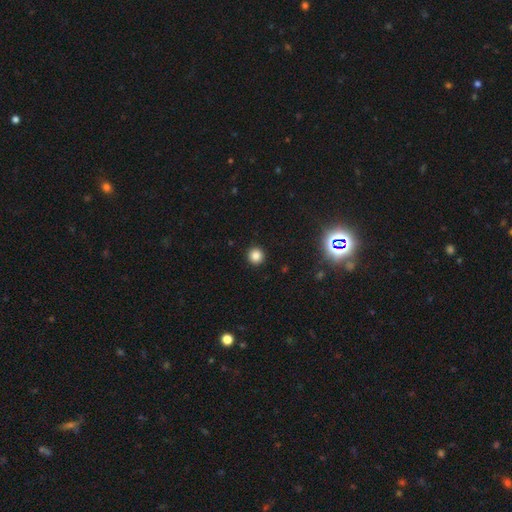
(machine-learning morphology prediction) smooth_or_featured: smooth (p=0.83) [alt: star or artifact p=0.13]
how_rounded: round (p=0.95) [alt: in between p=0.04]
merging: none (p=0.93) [alt: minor disturbance p=0.04]